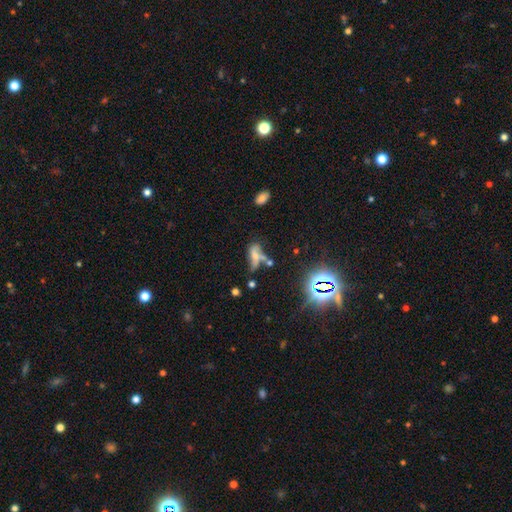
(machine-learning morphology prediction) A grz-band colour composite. It shows a smooth galaxy with no disk features (44%). Merging: merger (33%).